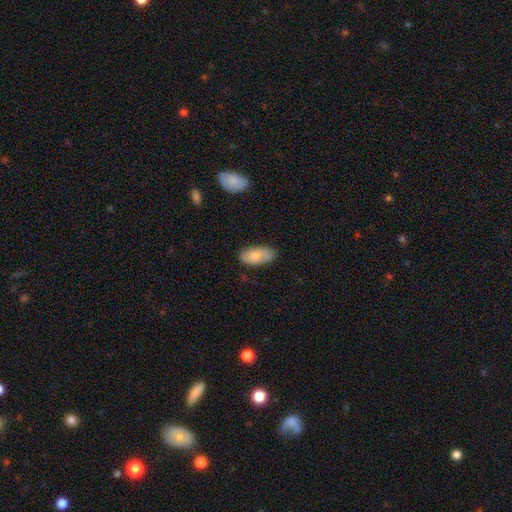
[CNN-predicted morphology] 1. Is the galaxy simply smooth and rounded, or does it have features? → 75% smooth, 19% featured or disk, 6% star or artifact.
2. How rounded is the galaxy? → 92% in between, 6% cigar-shaped, 2% round.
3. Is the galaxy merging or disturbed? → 80% none, 15% minor disturbance, 3% major disturbance, 2% merger.